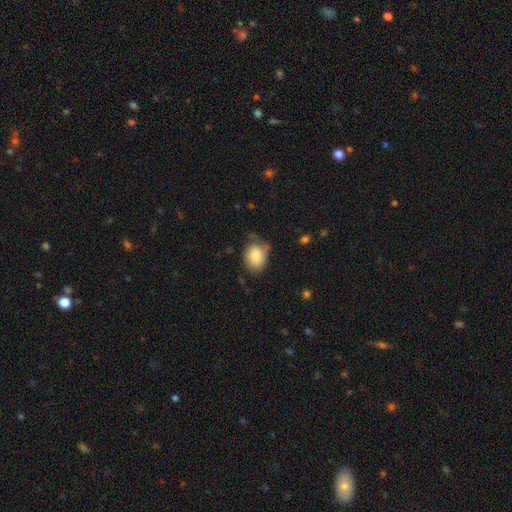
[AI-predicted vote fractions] smooth-or-featured: smooth: 78% | featured or disk: 14% | star or artifact: 8%
  how-rounded: in between: 60% | round: 39% | cigar-shaped: 1%
  merging: none: 56% | minor disturbance: 31% | major disturbance: 10% | merger: 3%